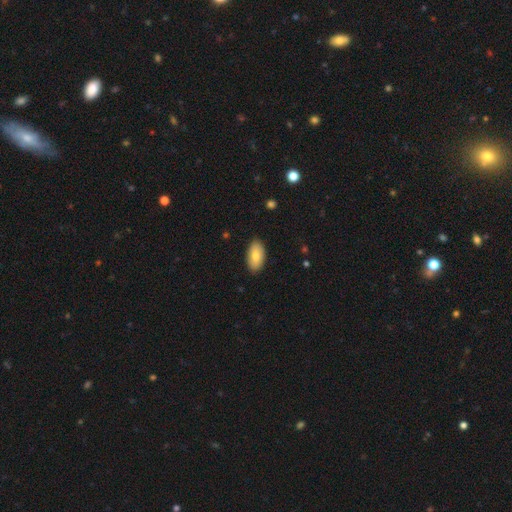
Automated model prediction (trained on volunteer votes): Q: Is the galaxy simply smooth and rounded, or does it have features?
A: smooth — 76%.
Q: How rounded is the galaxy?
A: in between — 95%.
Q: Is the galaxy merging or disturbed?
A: none — 87%.